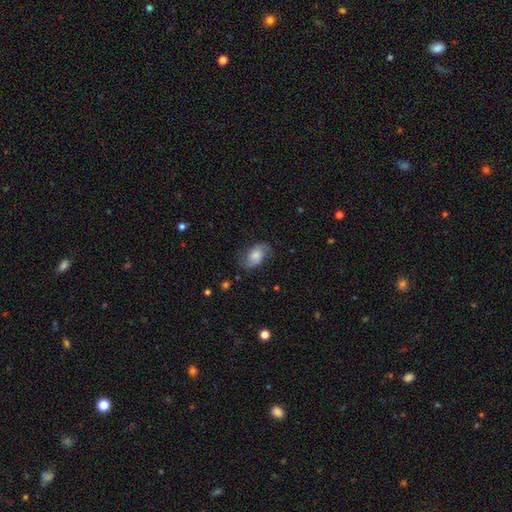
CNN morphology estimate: type=smooth (50%); merging=none (68%).